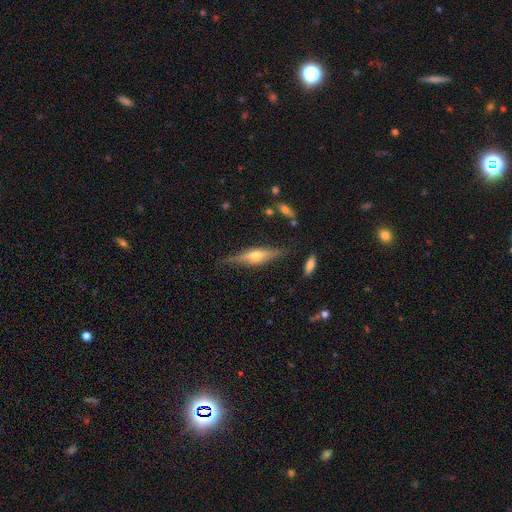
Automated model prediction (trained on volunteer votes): smooth_or_featured: featured or disk (p=0.71) [alt: smooth p=0.22]
disk_edge_on: yes (p=0.95) [alt: no p=0.05]
edge_on_bulge: rounded (p=0.87) [alt: boxy p=0.10]
merging: none (p=0.80) [alt: minor disturbance p=0.14]